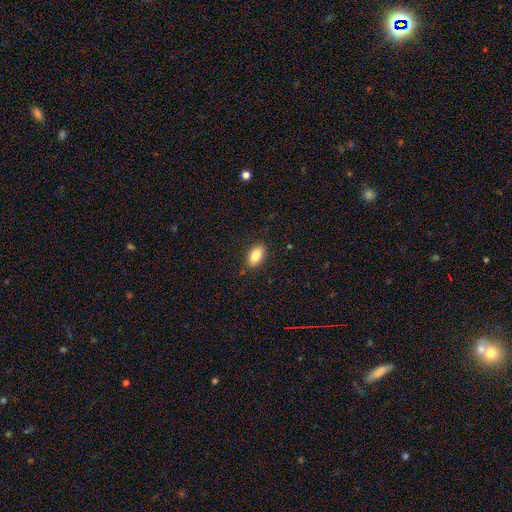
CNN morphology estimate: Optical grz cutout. It shows a smooth galaxy with no disk features (83%) that is in between round and cigar-shaped (90%). Merging: none (86%).